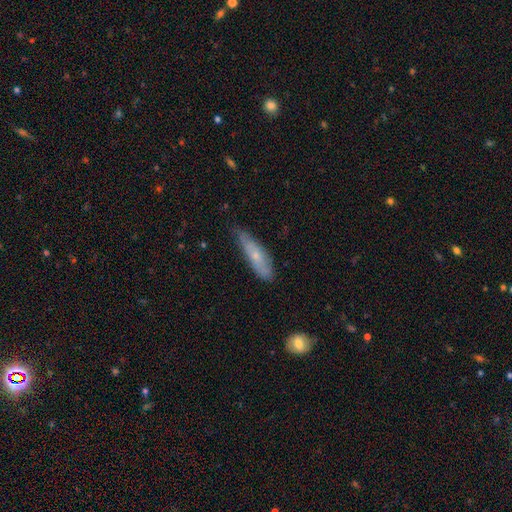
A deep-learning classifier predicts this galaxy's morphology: A smooth galaxy with no disk features (58%) that is cigar-shaped (66%).

Vote fractions:
- Smooth or featured? smooth: 58% / featured or disk: 35% / star or artifact: 7%
- How rounded? cigar-shaped: 66% / in between: 32% / round: 2%
- Merging? none: 59% / minor disturbance: 33% / major disturbance: 6% / merger: 2%